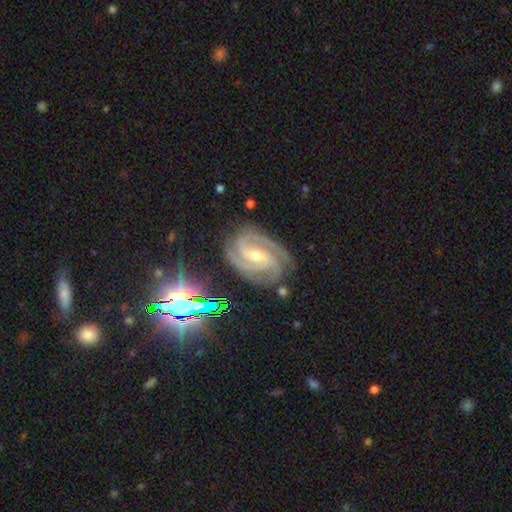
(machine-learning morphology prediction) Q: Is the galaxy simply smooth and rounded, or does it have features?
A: featured or disk — 91%.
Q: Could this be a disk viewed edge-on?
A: no — 98%.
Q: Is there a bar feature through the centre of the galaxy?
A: weak — 41%.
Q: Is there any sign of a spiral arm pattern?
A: yes — 99%.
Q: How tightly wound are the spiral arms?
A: tight — 60%.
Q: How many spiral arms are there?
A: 3 — 55%.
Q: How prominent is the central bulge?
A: moderate — 50%.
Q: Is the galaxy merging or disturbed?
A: none — 78%.